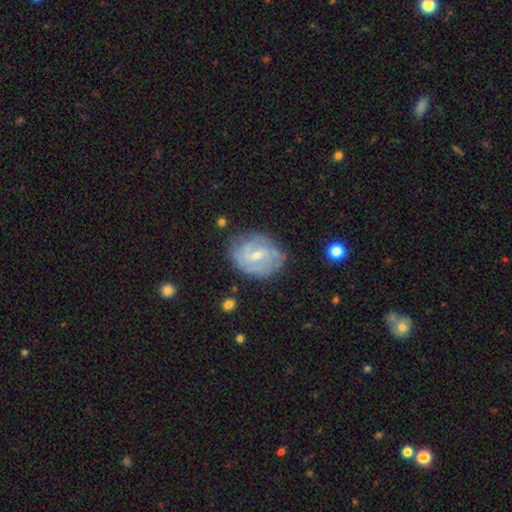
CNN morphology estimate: featured or disk 73%, smooth 20%, star or artifact 6%. Down the decision tree: edge-on disk — no (97%); bar — weak (58%); spiral arms — yes (85%); spiral arm count — can't tell (41%); spiral winding — tight (58%); bulge size — small (63%); merging — none (71%).